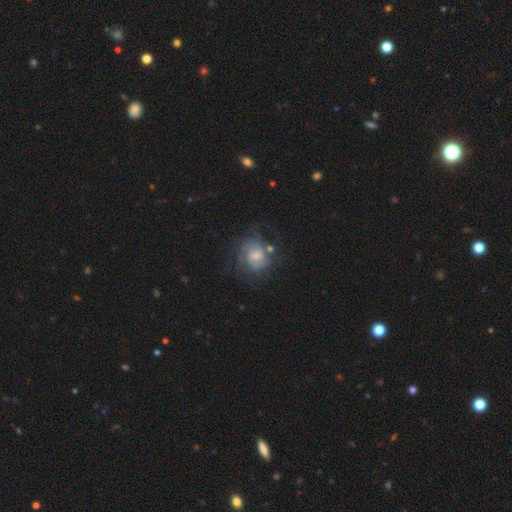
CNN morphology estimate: This appears to be a featured or disk galaxy (66%) with no bar (48%), tight (47%) spiral arms (82%) and a moderate central bulge (44%). Merging: none (51%).